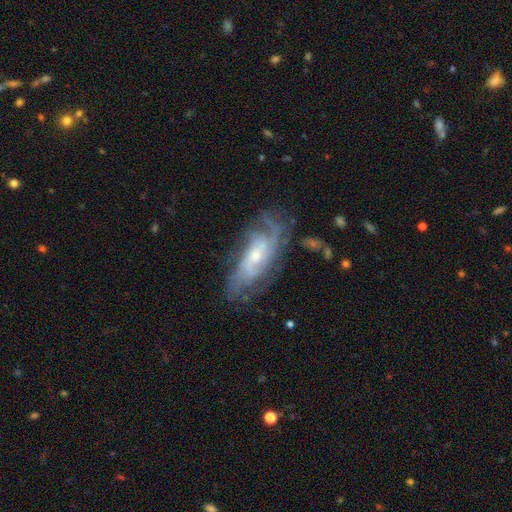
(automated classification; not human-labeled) A featured or disk galaxy (82%) with no bar (61%), tight (45%) spiral arms (93%) and a small central bulge (58%).

Vote fractions:
- Smooth or featured? featured or disk: 82% / smooth: 11% / star or artifact: 6%
- Edge-on disk? no: 90% / yes: 10%
- Bar? no: 61% / weak: 32% / strong: 7%
- Spiral arms? yes: 93% / no: 7%
- Spiral winding? tight: 45% / medium: 39% / loose: 16%
- Spiral arm count? can't tell: 40% / 2: 19% / 3: 18% / 4: 12% / more than 4: 6% / 1: 5%
- Bulge size? small: 58% / moderate: 36% / large: 3% / none: 2% / dominant: 1%
- Merging? none: 65% / minor disturbance: 21% / major disturbance: 12% / merger: 2%